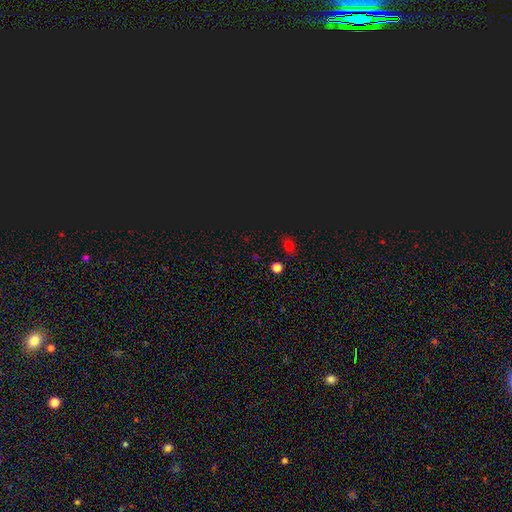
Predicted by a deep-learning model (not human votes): smooth-or-featured: star or artifact: 52% | smooth: 42% | featured or disk: 5%